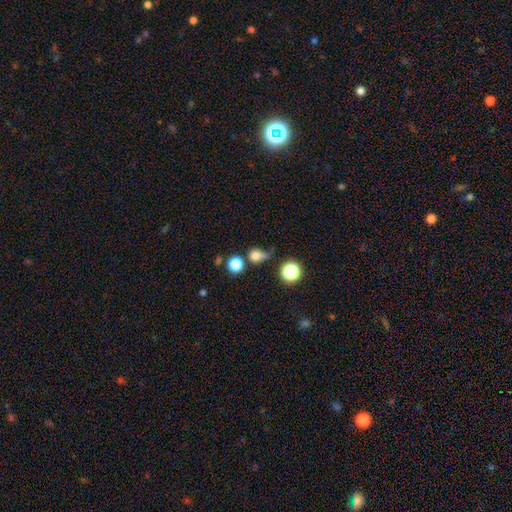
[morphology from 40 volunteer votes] smooth 82%, star or artifact 10%, featured or disk 8%. Down the decision tree: how rounded — round (76%); merging — minor disturbance (44%).